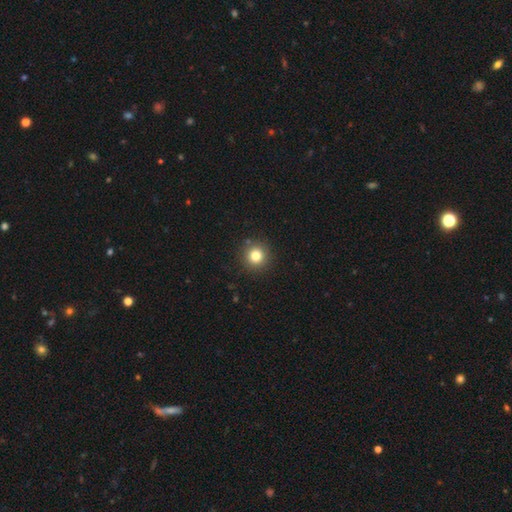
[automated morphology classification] type=smooth (80%); roundness=round (95%); merging=none (90%).